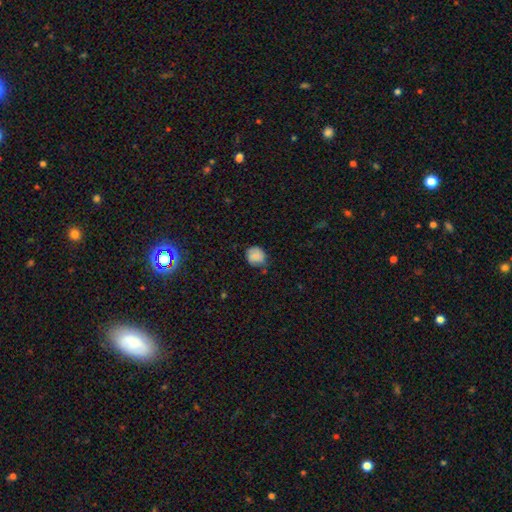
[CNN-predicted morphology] smooth_or_featured: smooth (p=0.76) [alt: featured or disk p=0.14]
how_rounded: round (p=0.72) [alt: in between p=0.27]
merging: none (p=0.62) [alt: minor disturbance p=0.29]